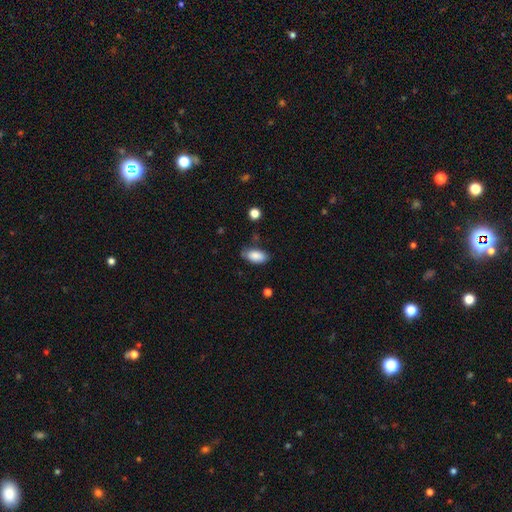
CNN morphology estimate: The model was most divided on "merging": none: 72%, minor disturbance: 22%, major disturbance: 4%, merger: 2%. More confident: how rounded — in between (93%); smooth or featured — smooth (86%).